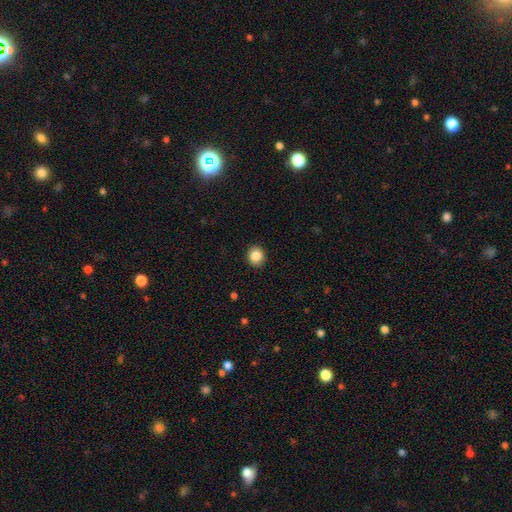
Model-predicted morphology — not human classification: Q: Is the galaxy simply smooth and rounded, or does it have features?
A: smooth — 86%.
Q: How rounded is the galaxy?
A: round — 83%.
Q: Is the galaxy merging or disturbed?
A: none — 91%.